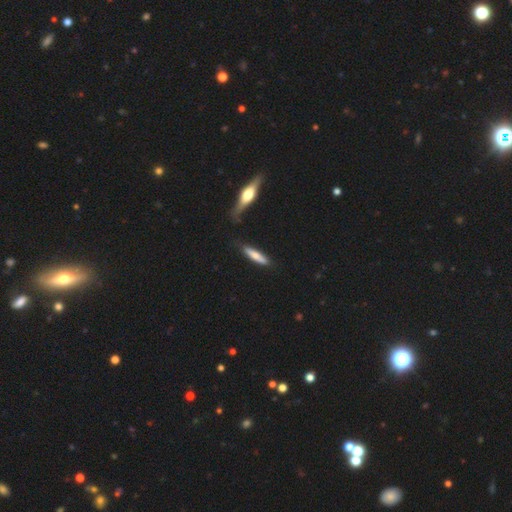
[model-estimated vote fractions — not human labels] A smooth galaxy with no disk features (67%) that is cigar-shaped (84%). Merging: none (80%).